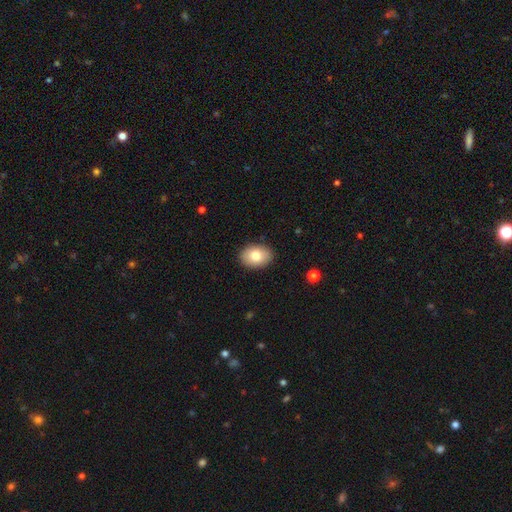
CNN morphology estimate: Q: Smooth or featured?
A: smooth (80%); runner-up: featured or disk (12%)
Q: How rounded?
A: in between (76%); runner-up: round (23%)
Q: Merging?
A: none (89%); runner-up: minor disturbance (8%)